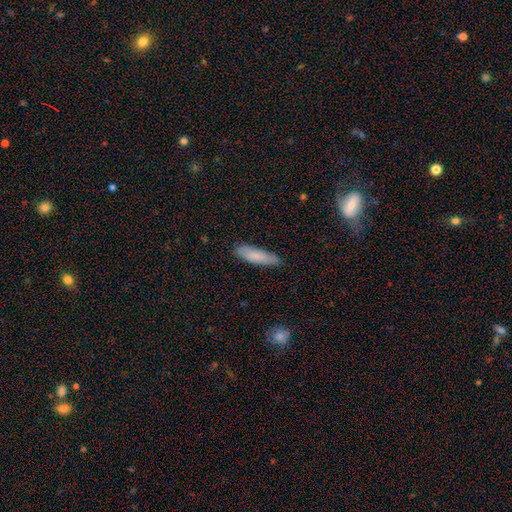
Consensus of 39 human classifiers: Overall: smooth (82%). How rounded: cigar-shaped (88%). Merging: none (81%).